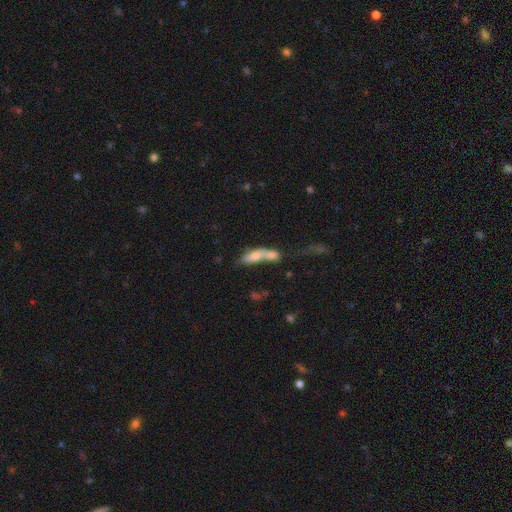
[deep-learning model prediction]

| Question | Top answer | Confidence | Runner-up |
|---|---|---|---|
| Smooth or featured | smooth | 64% | featured or disk (27%) |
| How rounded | in between | 58% | cigar-shaped (37%) |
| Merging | merger | 63% | none (17%) |